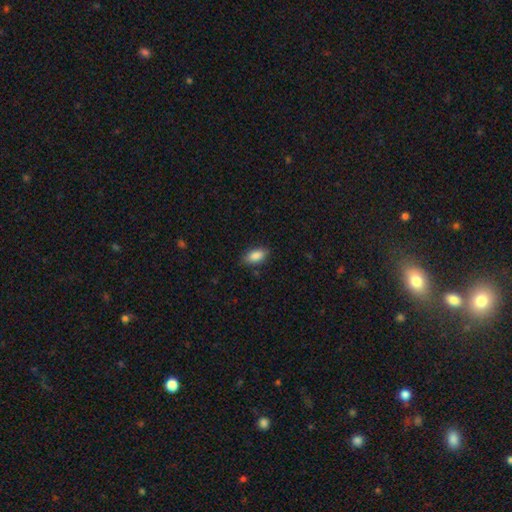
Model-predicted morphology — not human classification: Overall: smooth (88%). How rounded: in between (90%). Merging: none (83%).